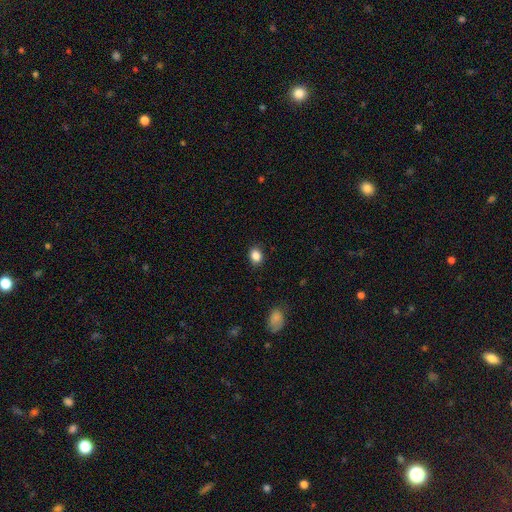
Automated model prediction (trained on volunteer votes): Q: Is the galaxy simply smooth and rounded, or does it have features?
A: smooth — 86%.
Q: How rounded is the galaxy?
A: in between — 50%.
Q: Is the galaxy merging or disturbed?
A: none — 87%.